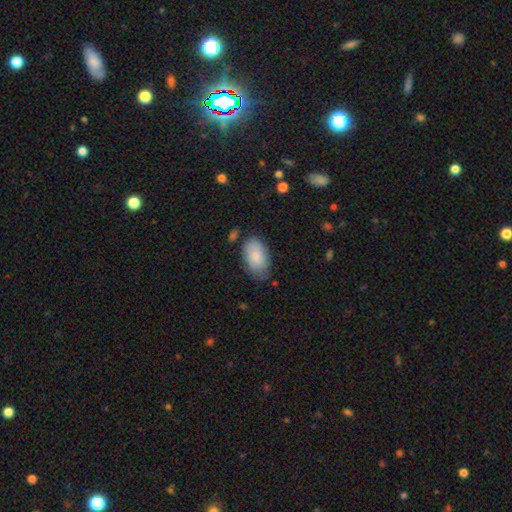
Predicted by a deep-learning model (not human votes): Smooth or featured? Predicted: smooth (p=0.82). How rounded? Predicted: in between (p=0.94). Merging? Predicted: none (p=0.68).